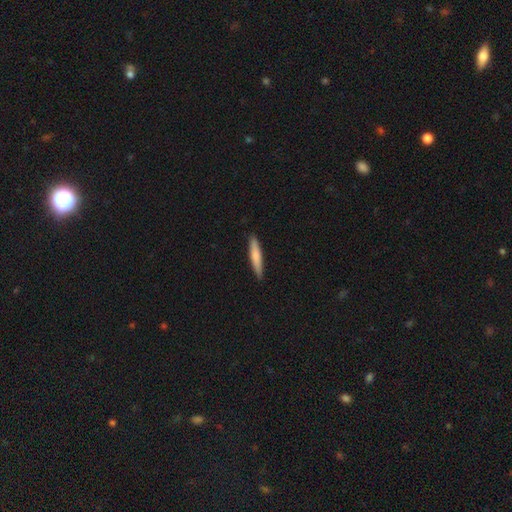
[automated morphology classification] smooth_or_featured: smooth (p=0.75) [alt: featured or disk p=0.19]
how_rounded: cigar-shaped (p=0.91) [alt: in between p=0.08]
merging: none (p=0.89) [alt: minor disturbance p=0.09]